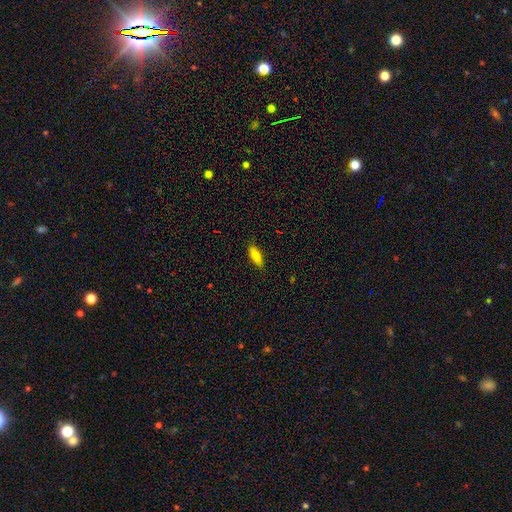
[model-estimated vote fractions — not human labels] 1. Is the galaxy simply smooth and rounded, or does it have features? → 84% smooth, 9% featured or disk, 7% star or artifact.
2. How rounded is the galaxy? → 53% in between, 45% cigar-shaped, 2% round.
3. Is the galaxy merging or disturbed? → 84% none, 12% minor disturbance, 2% major disturbance, 1% merger.